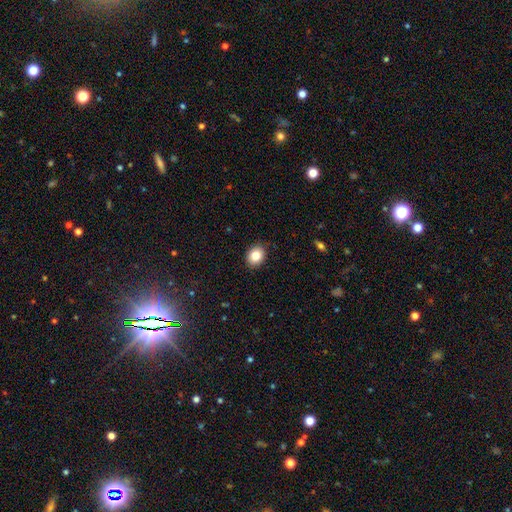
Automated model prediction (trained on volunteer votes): smooth-or-featured: smooth: 83% | star or artifact: 9% | featured or disk: 8%
  how-rounded: in between: 53% | round: 46% | cigar-shaped: 1%
  merging: none: 89% | minor disturbance: 8% | major disturbance: 2% | merger: 1%